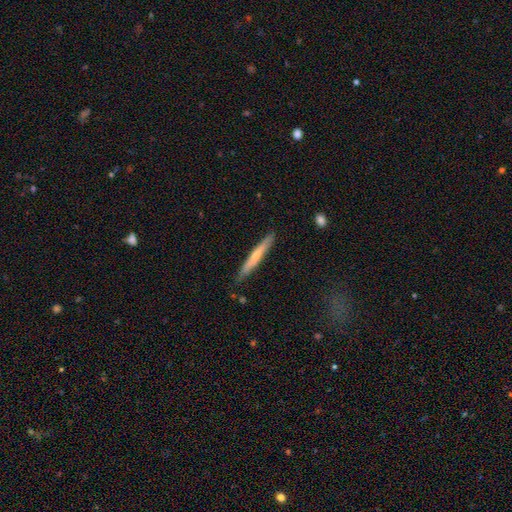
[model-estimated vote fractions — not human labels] Smooth or featured? featured or disk (51%)
Edge-on disk? yes (94%)
Merging? none (87%)